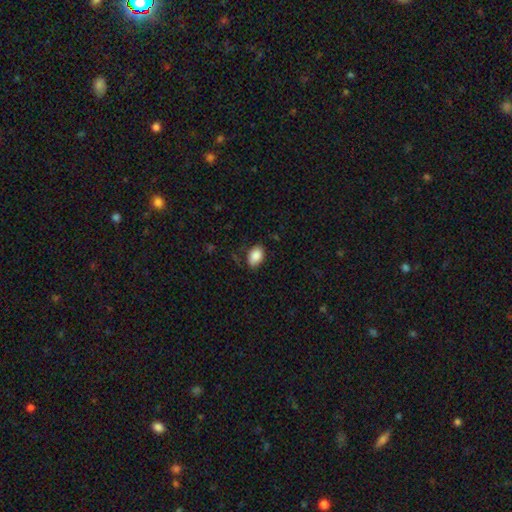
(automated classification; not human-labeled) The model was most divided on "merging": none: 77%, minor disturbance: 17%, major disturbance: 4%, merger: 2%. More confident: smooth or featured — smooth (87%); how rounded — in between (86%).